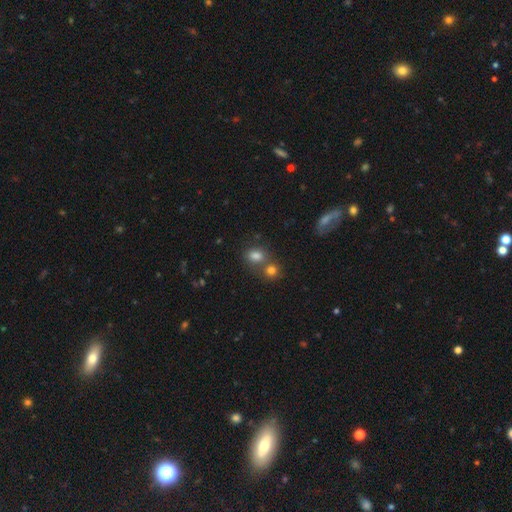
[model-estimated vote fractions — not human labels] The model was most divided on "merging": none: 43%, merger: 42%, minor disturbance: 10%, major disturbance: 4%. More confident: smooth or featured — smooth (78%); how rounded — in between (64%).